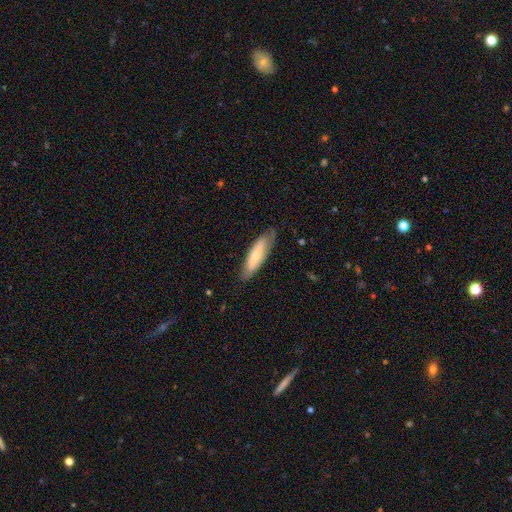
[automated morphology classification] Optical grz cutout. It shows a smooth galaxy with no disk features (57%) that is cigar-shaped (59%). Merging: none (75%).